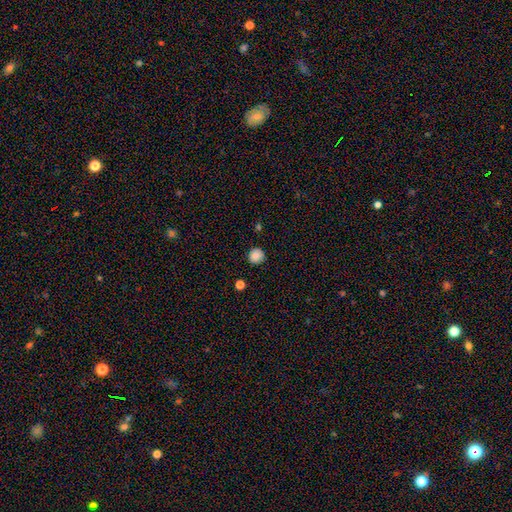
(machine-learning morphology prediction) A smooth galaxy with no disk features (87%) that is round (93%). Merging: none (89%).